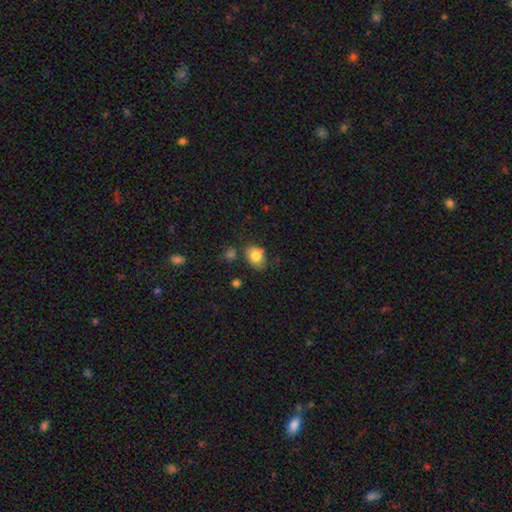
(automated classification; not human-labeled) Smooth or featured? smooth (82%)
How rounded? in between (62%)
Merging? none (66%)